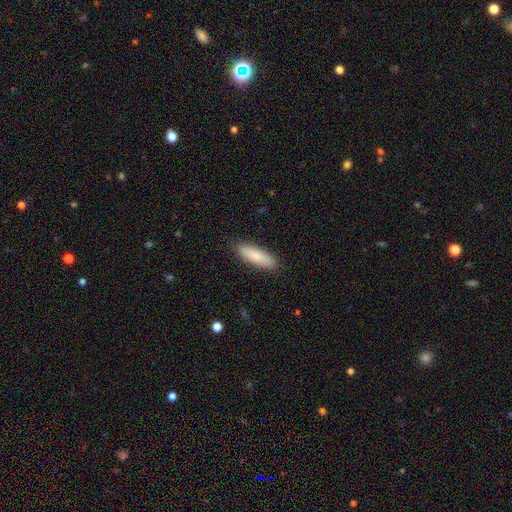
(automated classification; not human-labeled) Smooth or featured? smooth (84%)
How rounded? in between (51%)
Merging? none (87%)